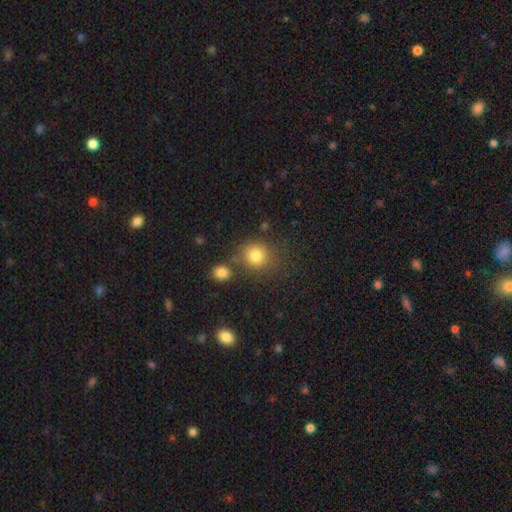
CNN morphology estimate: Q: Smooth or featured?
A: smooth (82%); runner-up: star or artifact (12%)
Q: How rounded?
A: round (83%); runner-up: in between (16%)
Q: Merging?
A: none (71%); runner-up: minor disturbance (12%)